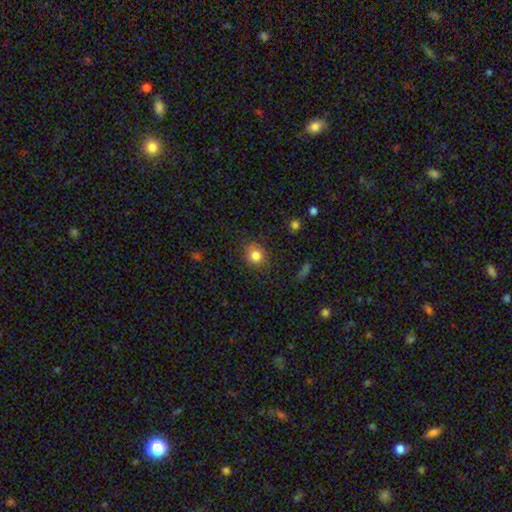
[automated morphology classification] type=smooth (82%); roundness=round (78%); merging=none (85%).